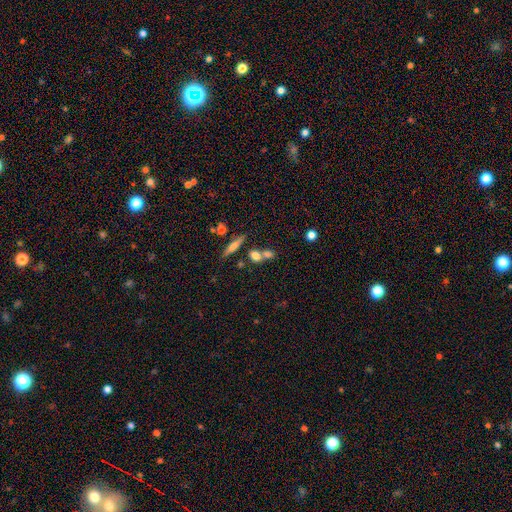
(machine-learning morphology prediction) This is likely a smooth galaxy (71%). How rounded: marginally in between (44%). Merging: possibly none (49%).